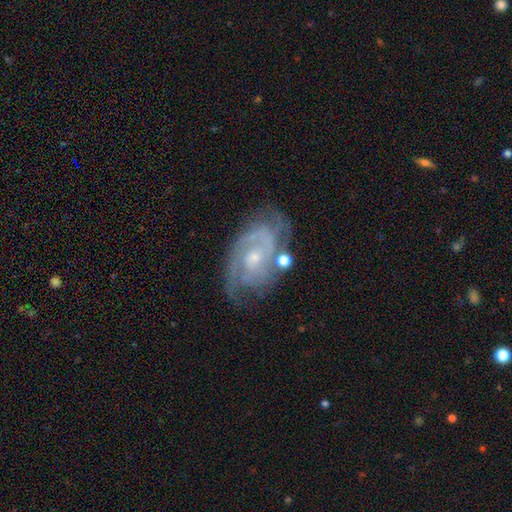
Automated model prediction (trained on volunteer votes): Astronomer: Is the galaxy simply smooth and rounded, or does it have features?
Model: featured or disk — 86%.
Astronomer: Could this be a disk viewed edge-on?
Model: no — 96%.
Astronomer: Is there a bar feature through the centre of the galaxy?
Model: no — 61%.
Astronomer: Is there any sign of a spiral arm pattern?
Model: yes — 95%.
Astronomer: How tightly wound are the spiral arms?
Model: tight — 59%.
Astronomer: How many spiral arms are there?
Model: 2 — 50%.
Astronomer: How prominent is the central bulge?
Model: small — 65%.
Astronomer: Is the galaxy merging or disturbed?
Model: none — 65%.